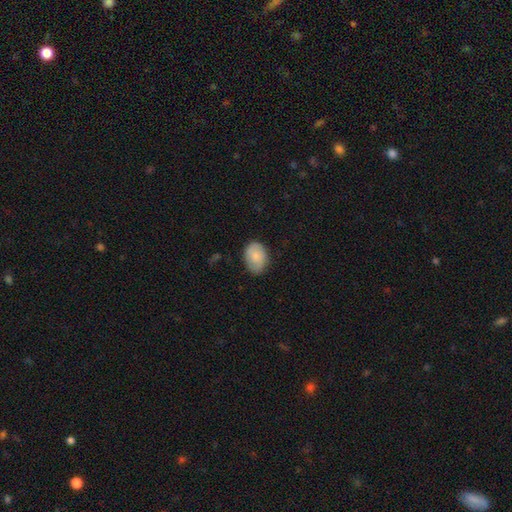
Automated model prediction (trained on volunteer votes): Smooth or featured?
  - smooth: 77% *
  - featured or disk: 16%
  - star or artifact: 6%
How rounded?
  - in between: 76% *
  - round: 23%
  - cigar-shaped: 1%
Merging?
  - none: 77% *
  - minor disturbance: 18%
  - major disturbance: 4%
  - merger: 1%